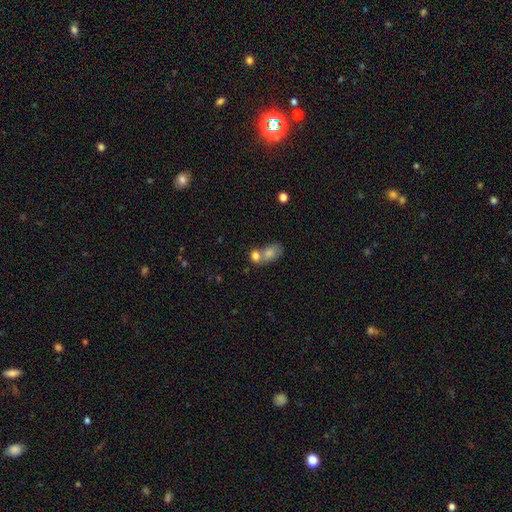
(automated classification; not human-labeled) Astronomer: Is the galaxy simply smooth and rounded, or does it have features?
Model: smooth — 78%.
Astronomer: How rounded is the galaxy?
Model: in between — 69%.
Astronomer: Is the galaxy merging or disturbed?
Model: merger — 64%.